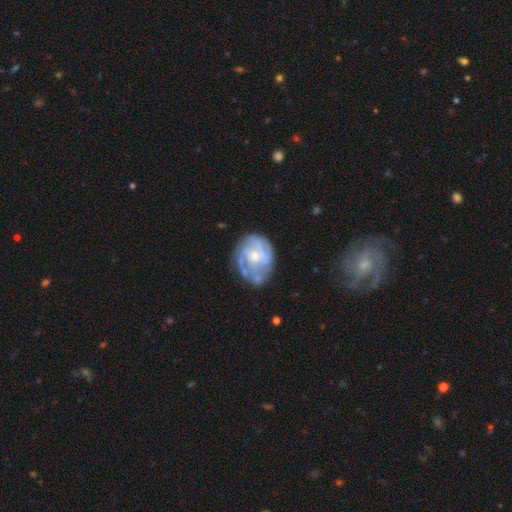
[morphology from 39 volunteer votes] A featured or disk galaxy (87%) with a weak bar (44%, tied with no), 2 (62%) medium (59%) spiral arms (94%) and a moderate central bulge (59%).

Vote fractions:
- Smooth or featured? featured or disk: 87% / smooth: 10% / star or artifact: 3%
- Edge-on disk? no: 100% / yes: 0%
- Bar? weak: 44% (tied) / no: 44% (tied) / strong: 12%
- Spiral arms? yes: 94% / no: 6%
- Spiral winding? medium: 59% / loose: 22% / tight: 19%
- Spiral arm count? 2: 62% / can't tell: 19% / 3: 9% / 1: 6% / 4: 3% / more than 4: 0%
- Bulge size? moderate: 59% / small: 26% / large: 9% / dominant: 3% / none: 3%
- Merging? none: 63% / major disturbance: 21% / minor disturbance: 16% / merger: 0%